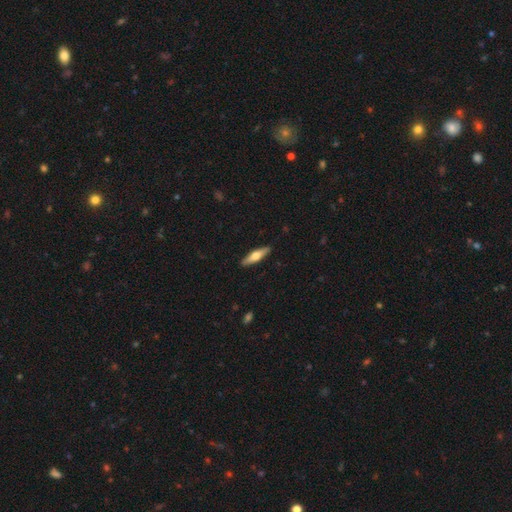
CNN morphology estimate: Smooth or featured? Predicted: smooth (p=0.49). Merging? Predicted: none (p=0.91).